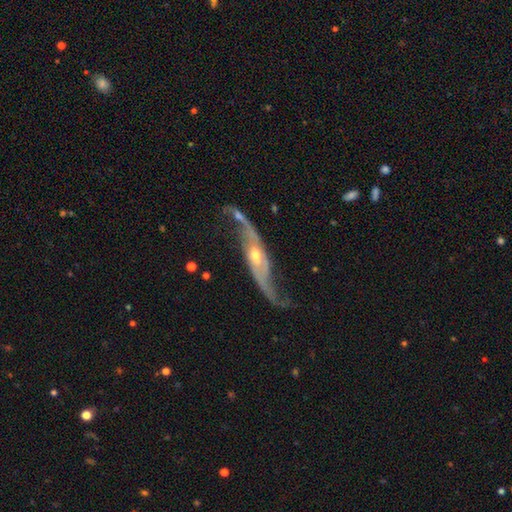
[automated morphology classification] A featured or disk galaxy (87%) with no bar (51%), 2 (90%) loose (80%) spiral arms (93%) and a moderate central bulge (55%). Merging: none (55%).